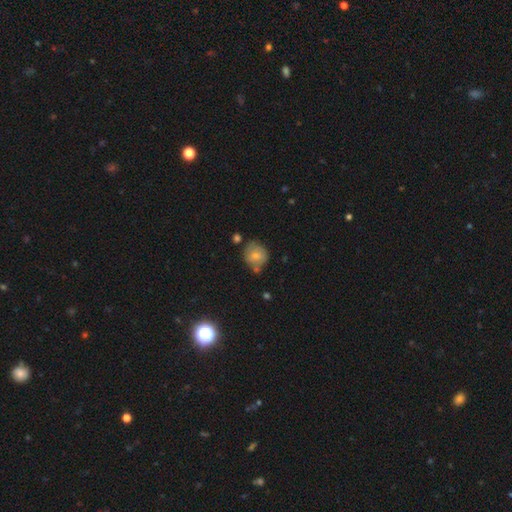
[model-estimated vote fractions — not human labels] Overall: smooth (70%). How rounded: round (80%). Merging: none (60%; minor disturbance 22%).